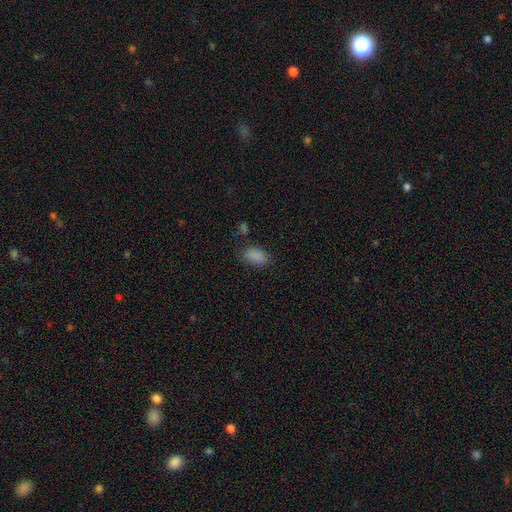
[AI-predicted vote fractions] A smooth galaxy with no disk features (85%) that is in between round and cigar-shaped (91%). Merging: none (76%).